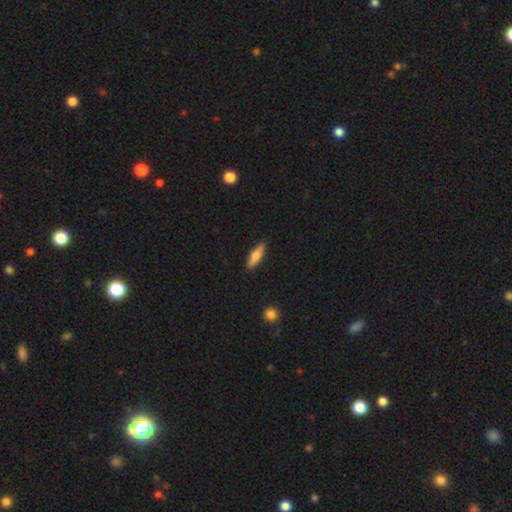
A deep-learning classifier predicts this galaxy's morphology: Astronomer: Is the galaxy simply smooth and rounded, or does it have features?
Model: smooth — 71%.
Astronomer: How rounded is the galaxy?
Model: cigar-shaped — 65%.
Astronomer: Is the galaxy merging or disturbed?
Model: none — 89%.